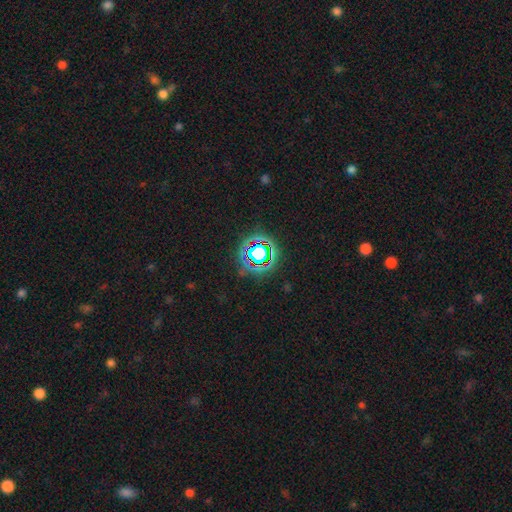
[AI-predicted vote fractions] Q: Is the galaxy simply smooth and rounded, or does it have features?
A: star or artifact — 77%.